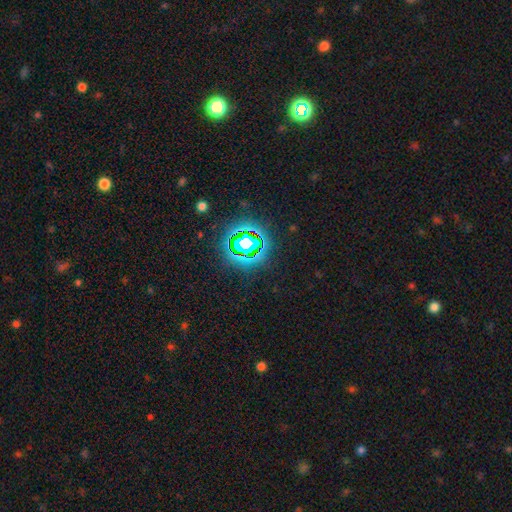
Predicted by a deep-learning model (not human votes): Q: Smooth or featured?
A: star or artifact (83%); runner-up: smooth (11%)